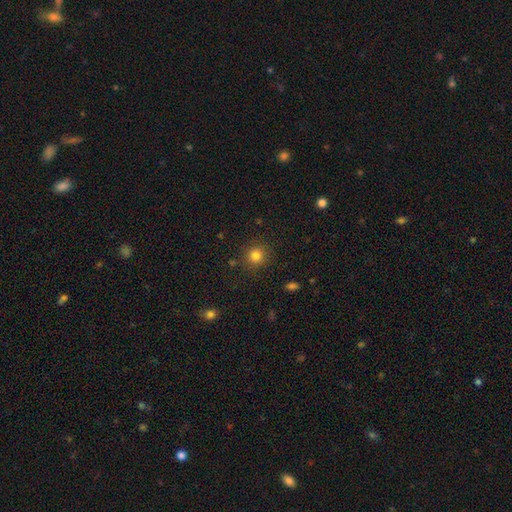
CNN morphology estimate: Overall: smooth (82%). How rounded: round (91%). Merging: none (88%).